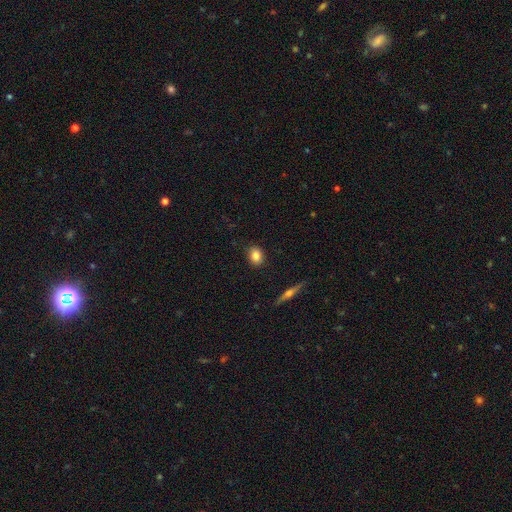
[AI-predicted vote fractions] The model was most divided on "how rounded": in between: 60%, round: 37%, cigar-shaped: 3%. More confident: merging — none (88%); smooth or featured — smooth (84%).